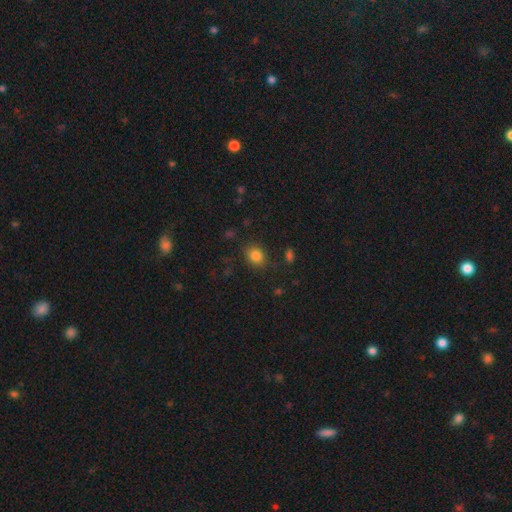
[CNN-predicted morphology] A smooth galaxy with no disk features (83%) that is round (50%).

Vote fractions:
- Smooth or featured? smooth: 83% / star or artifact: 11% / featured or disk: 6%
- How rounded? round: 50% / in between: 49% / cigar-shaped: 1%
- Merging? none: 81% / minor disturbance: 13% / major disturbance: 4% / merger: 2%